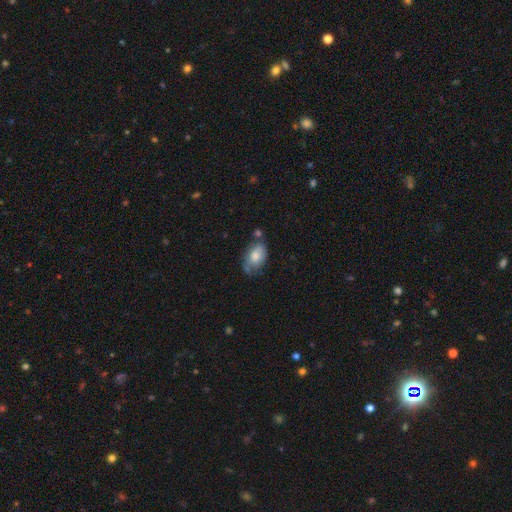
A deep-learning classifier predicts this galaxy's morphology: type=smooth (73%); roundness=in between (90%); merging=none (47%).